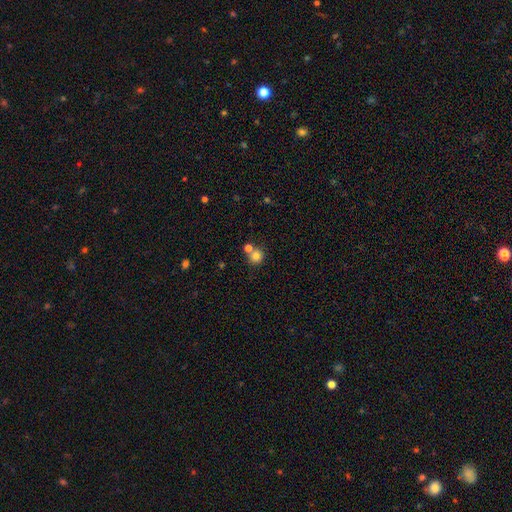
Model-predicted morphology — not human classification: A smooth galaxy with no disk features (80%) that is round (90%). Merging: none (59%).